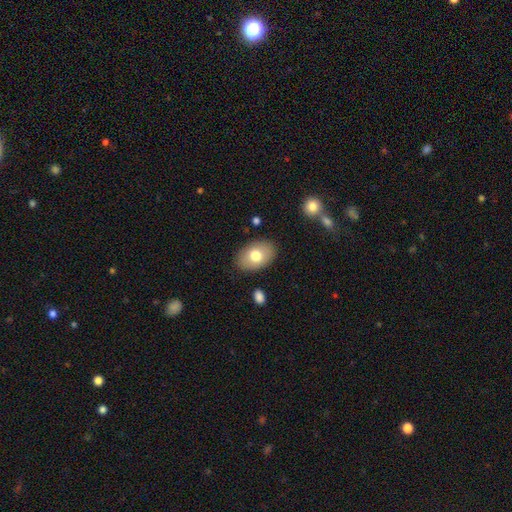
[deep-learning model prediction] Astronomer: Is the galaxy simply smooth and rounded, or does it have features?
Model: smooth — 75%.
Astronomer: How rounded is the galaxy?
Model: in between — 87%.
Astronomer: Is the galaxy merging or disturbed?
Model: none — 86%.